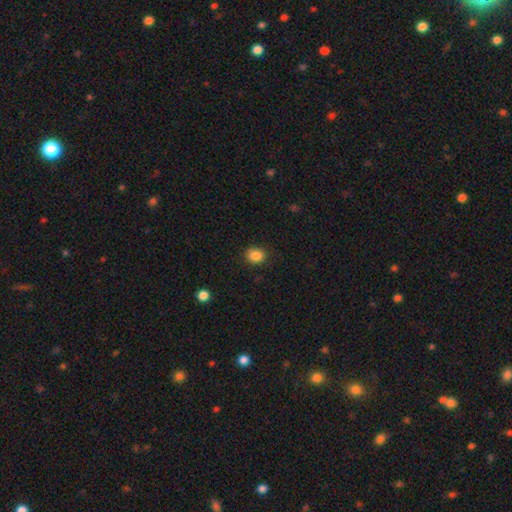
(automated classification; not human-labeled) smooth 85%, star or artifact 10%, featured or disk 5%. Down the decision tree: how rounded — round (66%); merging — none (86%).